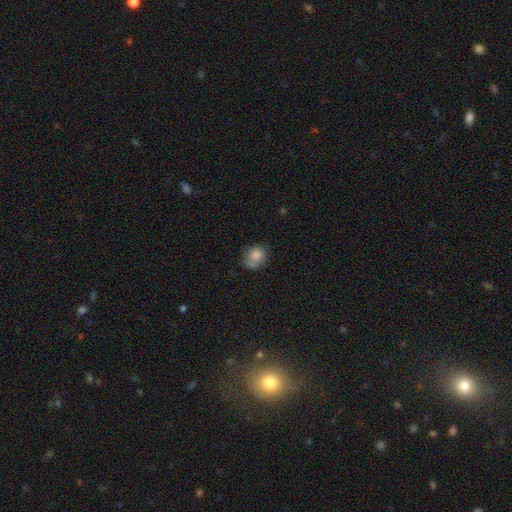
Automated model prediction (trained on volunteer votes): Smooth or featured? smooth (79%)
How rounded? round (70%)
Merging? none (56%)